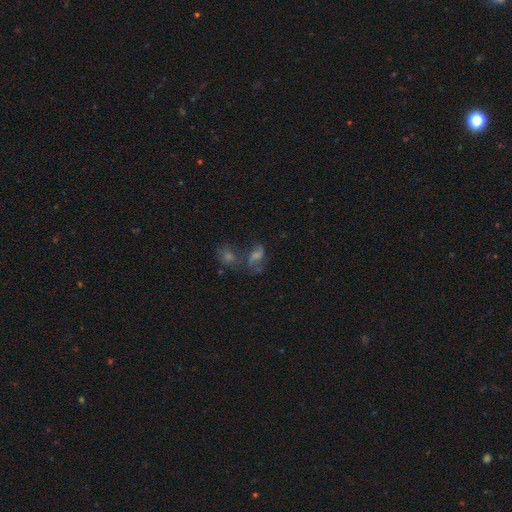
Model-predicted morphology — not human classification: Smooth or featured: featured or disk — 40% (smooth — 32%)
Merging: none — 37% (merger — 34%)